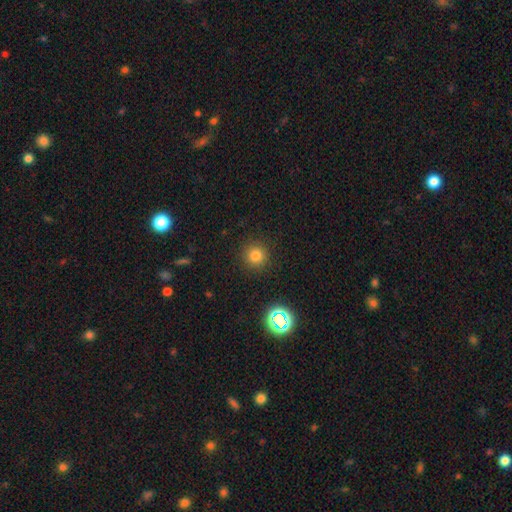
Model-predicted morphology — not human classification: Smooth or featured?
  - smooth: 78% *
  - star or artifact: 16%
  - featured or disk: 6%
How rounded?
  - round: 94% *
  - in between: 5%
  - cigar-shaped: 1%
Merging?
  - none: 90% *
  - minor disturbance: 6%
  - major disturbance: 2%
  - merger: 1%